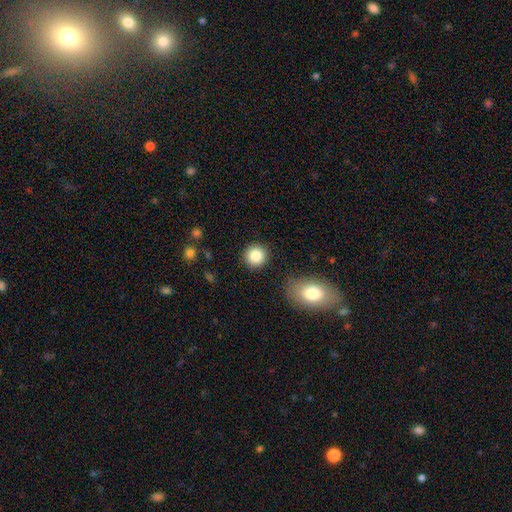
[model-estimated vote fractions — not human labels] Smooth or featured? Predicted: smooth (p=0.86). How rounded? Predicted: round (p=0.92). Merging? Predicted: none (p=0.88).